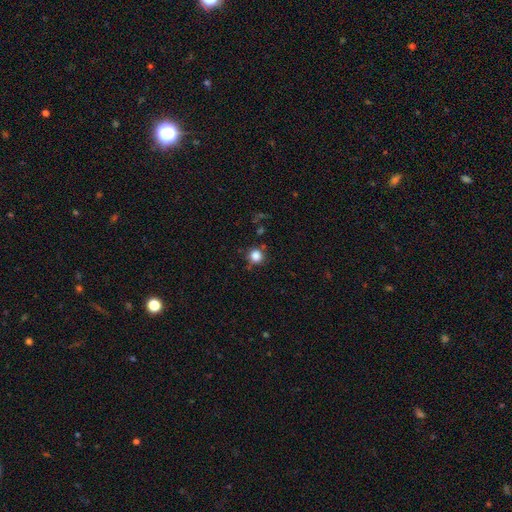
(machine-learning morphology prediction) The model was most divided on "merging": none: 81%, minor disturbance: 11%, merger: 5%, major disturbance: 3%. More confident: how rounded — round (92%); smooth or featured — smooth (84%).